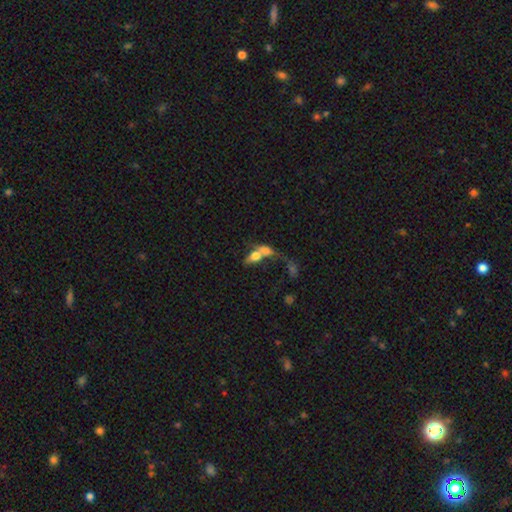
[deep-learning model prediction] A smooth galaxy with no disk features (61%) that is in between round and cigar-shaped (76%).

Vote fractions:
- Smooth or featured? smooth: 61% / featured or disk: 28% / star or artifact: 11%
- How rounded? in between: 76% / round: 12% / cigar-shaped: 11%
- Merging? merger: 71% / none: 14% / major disturbance: 9% / minor disturbance: 6%